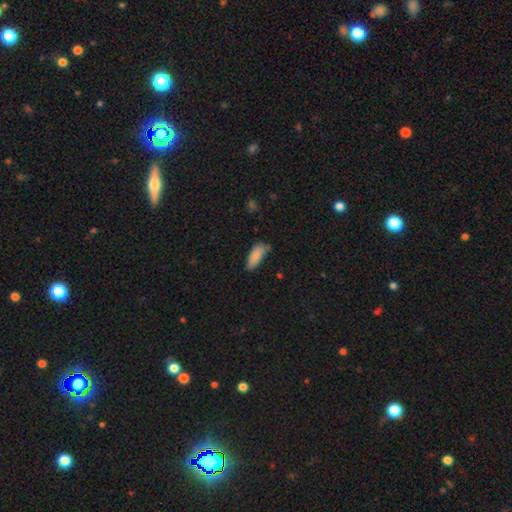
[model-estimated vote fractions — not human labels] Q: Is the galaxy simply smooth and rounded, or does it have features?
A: smooth — 86%.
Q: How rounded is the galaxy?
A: in between — 72%.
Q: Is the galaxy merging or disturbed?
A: none — 59%.